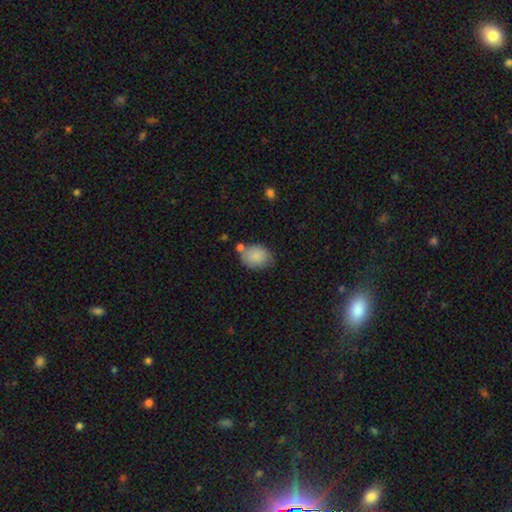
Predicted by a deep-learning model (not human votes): Smooth or featured?
  - smooth: 85% *
  - featured or disk: 7%
  - star or artifact: 7%
How rounded?
  - in between: 65% *
  - round: 34%
  - cigar-shaped: 1%
Merging?
  - none: 60% *
  - minor disturbance: 22%
  - merger: 12%
  - major disturbance: 6%